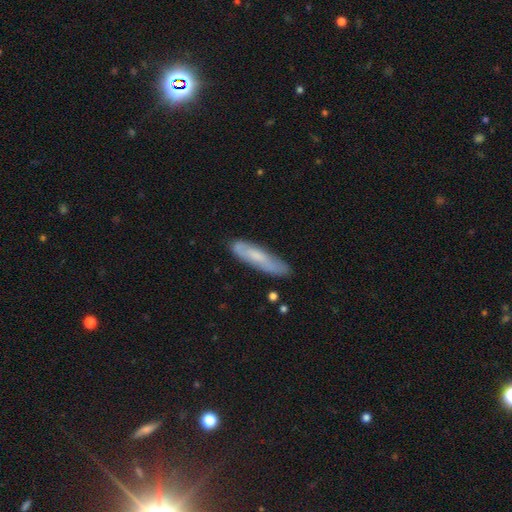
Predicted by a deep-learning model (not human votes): This is possibly a smooth galaxy (56%). How rounded: clearly cigar-shaped (82%). Merging: likely none (79%).